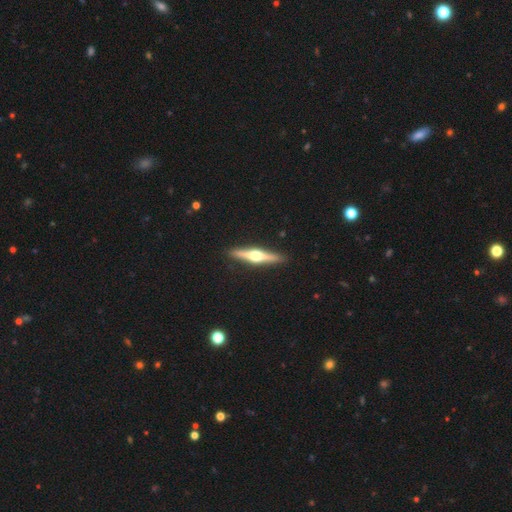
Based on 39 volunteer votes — A featured or disk galaxy (87%) viewed edge-on (97%) with a rounded central bulge (97%). Merging: none (95%).